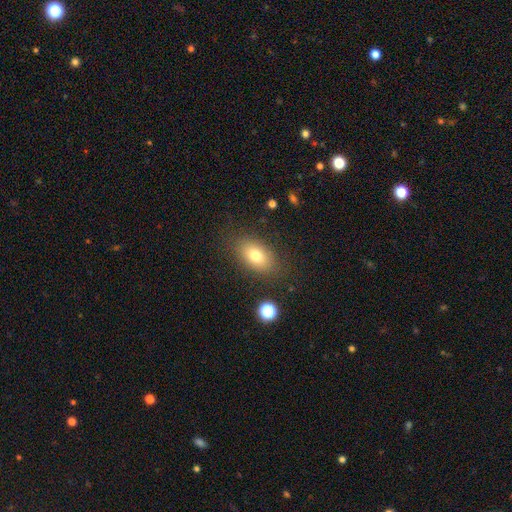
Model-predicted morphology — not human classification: Q: Smooth or featured?
A: smooth (76%); runner-up: featured or disk (14%)
Q: How rounded?
A: in between (86%); runner-up: round (12%)
Q: Merging?
A: none (82%); runner-up: minor disturbance (11%)